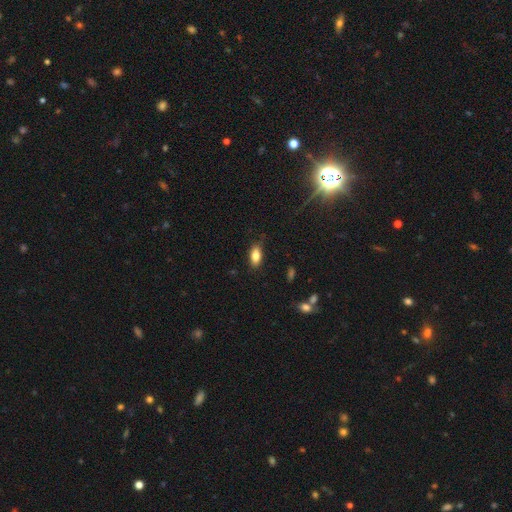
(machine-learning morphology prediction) The model was most divided on "merging": none: 80%, minor disturbance: 16%, major disturbance: 3%, merger: 1%. More confident: how rounded — in between (87%); smooth or featured — smooth (81%).